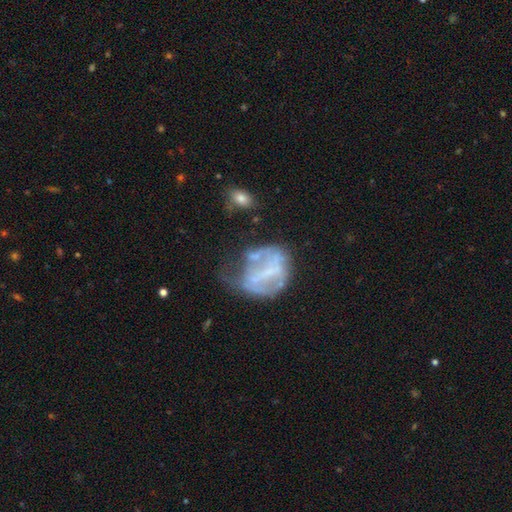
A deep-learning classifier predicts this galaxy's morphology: This is likely a featured or disk galaxy (62%). It is clearly not viewed edge-on (97%). Bar: marginally no (44%). Spiral arm pattern: likely no (70%). Central bulge: possibly none (56%). Merging: marginally major disturbance (34%).